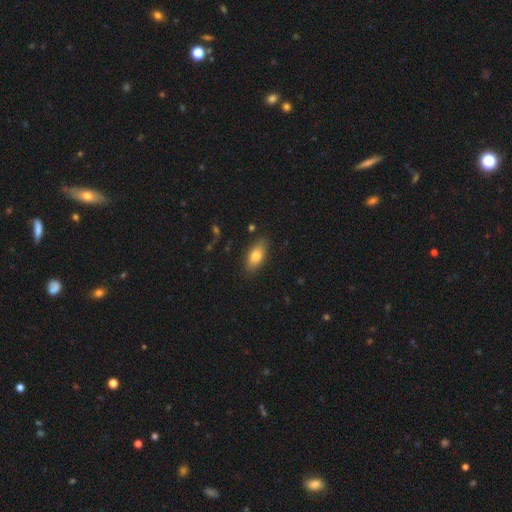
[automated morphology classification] type=smooth (79%); roundness=in between (87%); merging=none (84%).